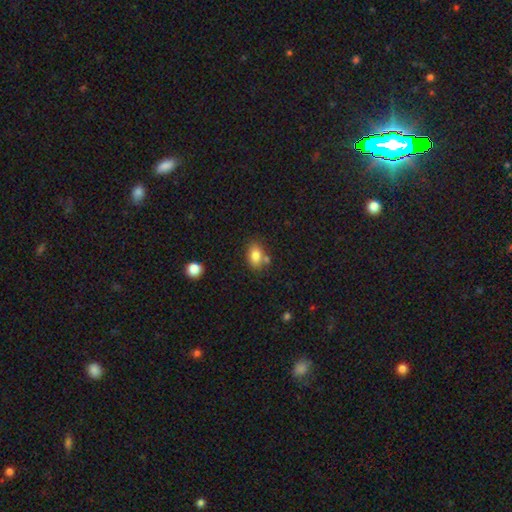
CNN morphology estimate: A smooth galaxy with no disk features (82%) that is in between round and cigar-shaped (82%). Merging: none (66%).